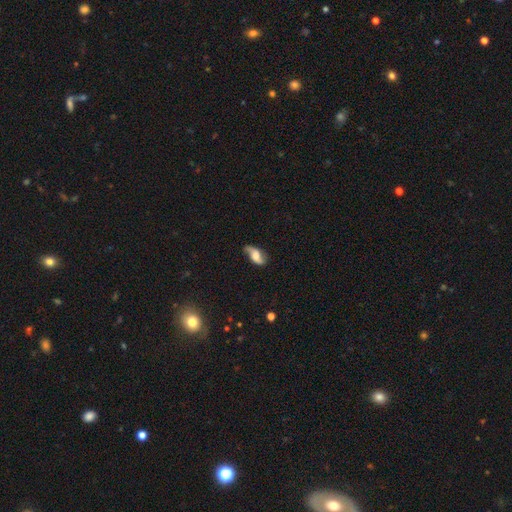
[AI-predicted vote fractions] Overall: featured or disk (65%; smooth 28%). Edge-on disk: no (92%). Bar: no (51%; weak 37%). Spiral arms: yes (92%). Spiral arm count: 2 (90%). Spiral winding: loose (68%). Bulge size: moderate (41%; large 31%). Merging: none (73%).